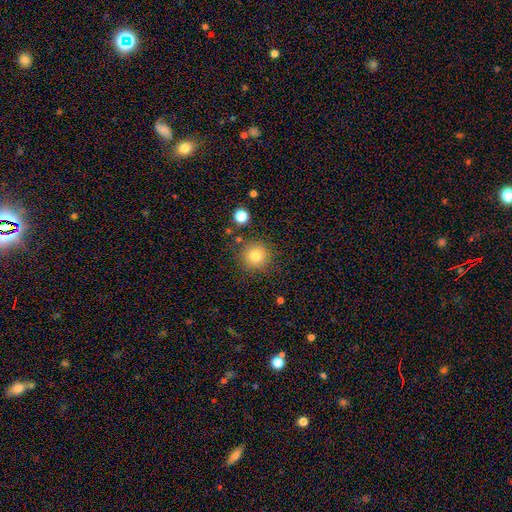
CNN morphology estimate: The model was most divided on "smooth or featured": smooth: 80%, star or artifact: 12%, featured or disk: 8%. More confident: how rounded — round (95%); merging — none (85%).